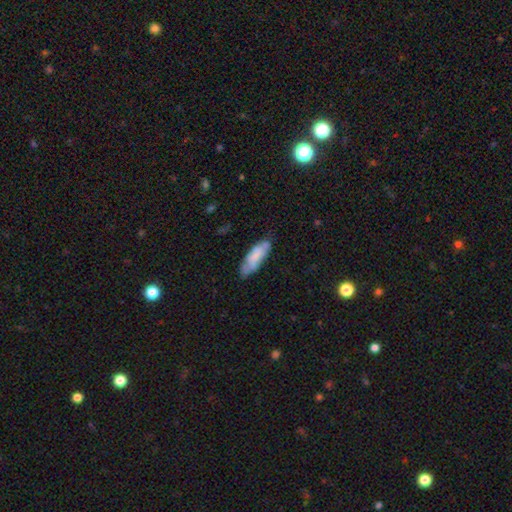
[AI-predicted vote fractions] Smooth or featured? Predicted: smooth (p=0.66). How rounded? Predicted: in between (p=0.61). Merging? Predicted: none (p=0.61).